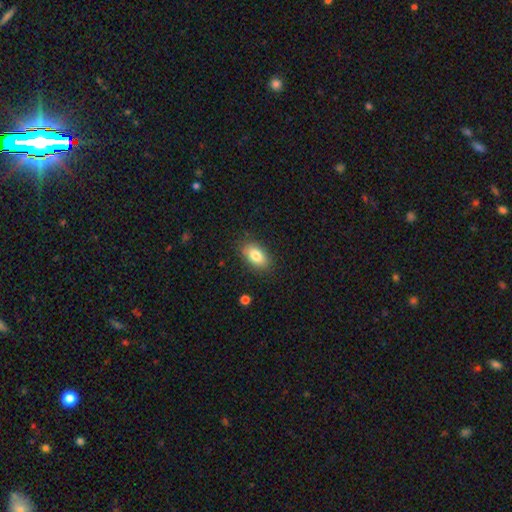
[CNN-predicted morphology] Q: Smooth or featured?
A: smooth (82%); runner-up: featured or disk (10%)
Q: How rounded?
A: in between (90%); runner-up: round (6%)
Q: Merging?
A: none (85%); runner-up: minor disturbance (11%)